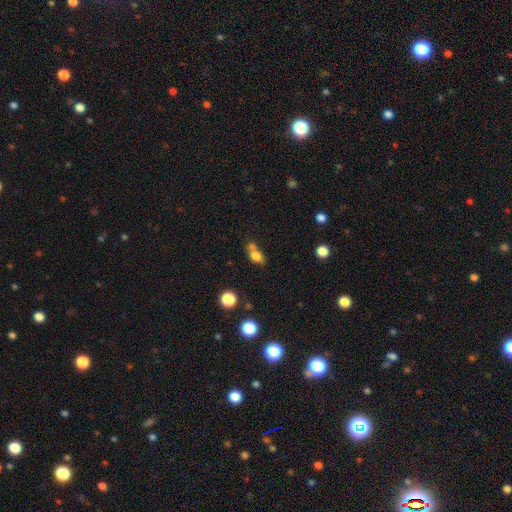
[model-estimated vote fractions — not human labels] Morphology: type=smooth (77%); roundness=in between (67%); merging=merger (42%).